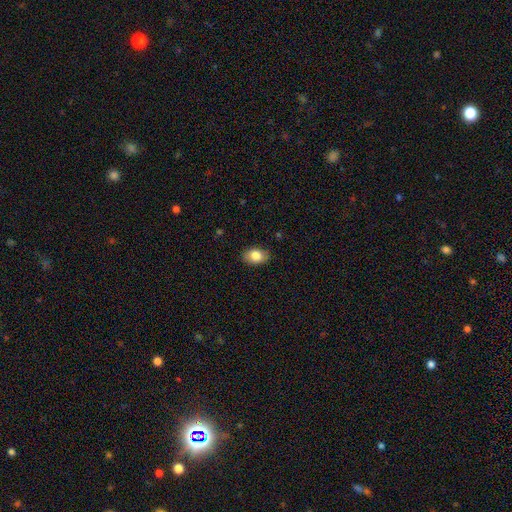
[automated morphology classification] smooth_or_featured: smooth (p=0.83) [alt: featured or disk p=0.09]
how_rounded: in between (p=0.83) [alt: round p=0.16]
merging: none (p=0.87) [alt: minor disturbance p=0.10]